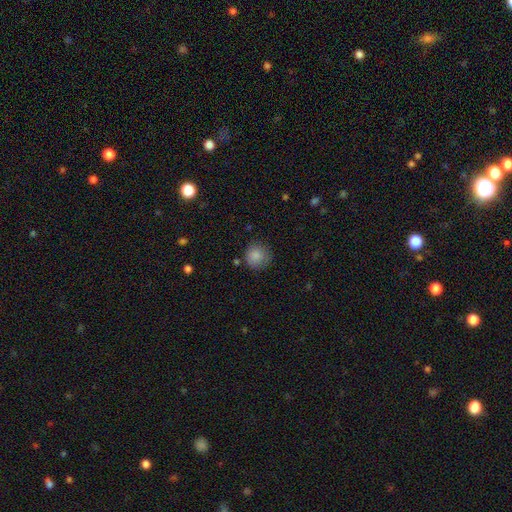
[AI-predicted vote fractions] This appears to be a smooth galaxy with no disk features (86%) that is round (93%). Merging: none (81%).